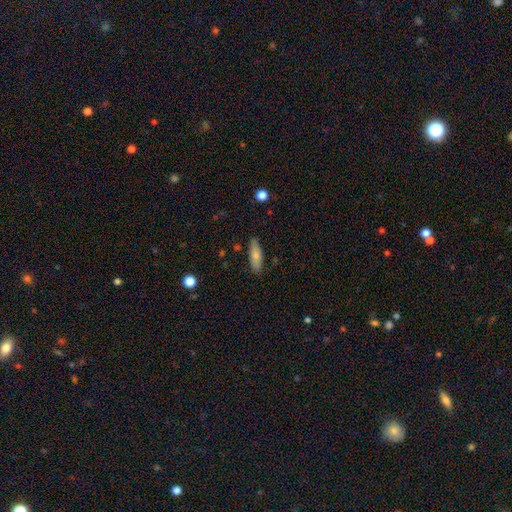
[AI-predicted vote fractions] This is likely a smooth galaxy (77%). How rounded: possibly in between (53%). Merging: clearly none (85%).